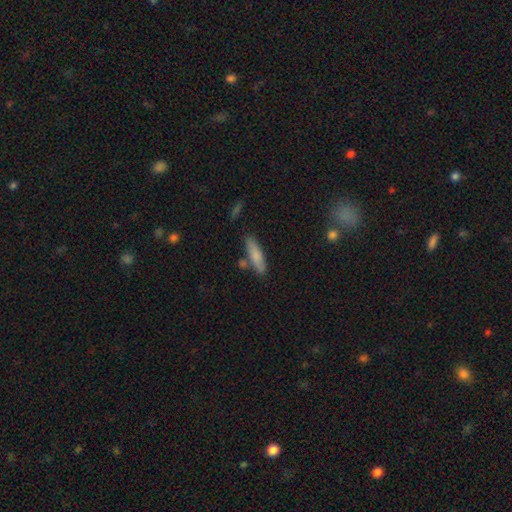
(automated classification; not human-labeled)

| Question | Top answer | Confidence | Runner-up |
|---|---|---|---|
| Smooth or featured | smooth | 78% | featured or disk (16%) |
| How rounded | cigar-shaped | 69% | in between (29%) |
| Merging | none | 76% | minor disturbance (13%) |